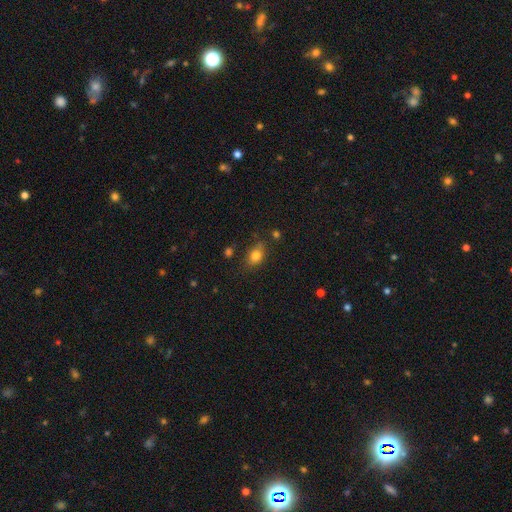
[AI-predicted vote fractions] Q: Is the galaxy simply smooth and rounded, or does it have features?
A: smooth — 80%.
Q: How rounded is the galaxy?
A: in between — 73%.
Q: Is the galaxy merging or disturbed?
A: none — 72%.